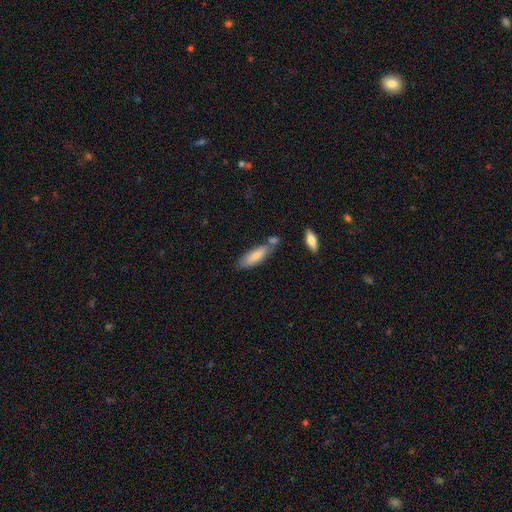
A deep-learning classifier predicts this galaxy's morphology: A smooth galaxy with no disk features (77%) that is cigar-shaped (51%).

Vote fractions:
- Smooth or featured? smooth: 77% / featured or disk: 17% / star or artifact: 6%
- How rounded? cigar-shaped: 51% / in between: 48% / round: 1%
- Merging? none: 55% / merger: 22% / minor disturbance: 19% / major disturbance: 4%